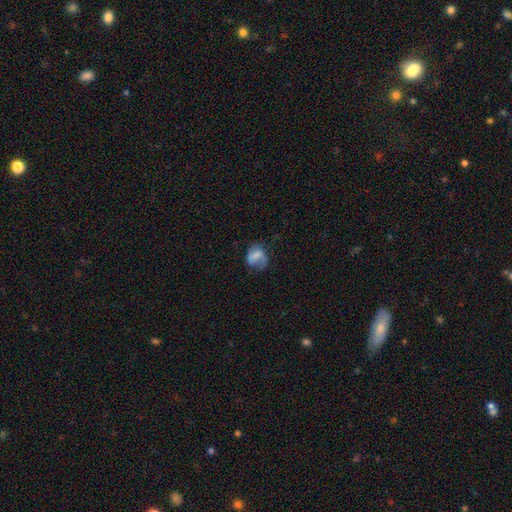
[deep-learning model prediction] A smooth galaxy with no disk features (58%) that is in between round and cigar-shaped (53%). Merging: none (41%).